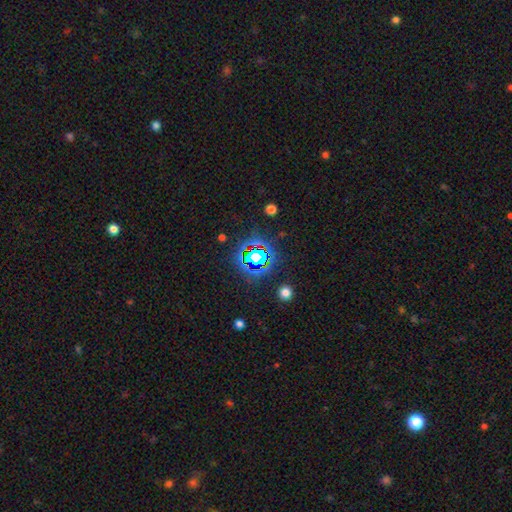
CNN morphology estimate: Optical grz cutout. It shows a star or artifact, not a galaxy (73%).